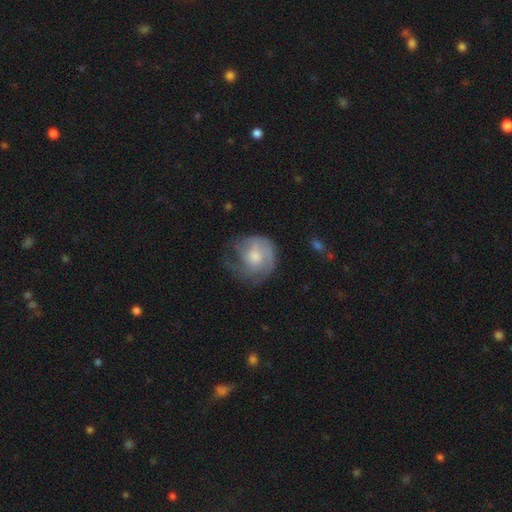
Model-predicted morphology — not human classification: Smooth or featured? featured or disk (55%)
Edge-on disk? no (98%)
Bar? no (69%)
Spiral arms? yes (80%)
Bulge size? moderate (50%)
Merging? none (47%)